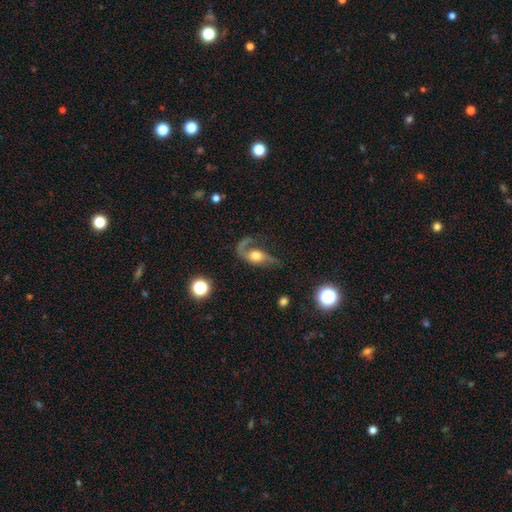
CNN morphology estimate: Q: Smooth or featured?
A: featured or disk (69%); runner-up: smooth (23%)
Q: Edge-on disk?
A: no (88%); runner-up: yes (12%)
Q: Bar?
A: no (66%); runner-up: weak (24%)
Q: Spiral arms?
A: yes (84%); runner-up: no (16%)
Q: Spiral winding?
A: loose (74%); runner-up: medium (21%)
Q: Spiral arm count?
A: 2 (58%); runner-up: 1 (36%)
Q: Bulge size?
A: moderate (49%); runner-up: large (34%)
Q: Merging?
A: major disturbance (39%); runner-up: none (38%)